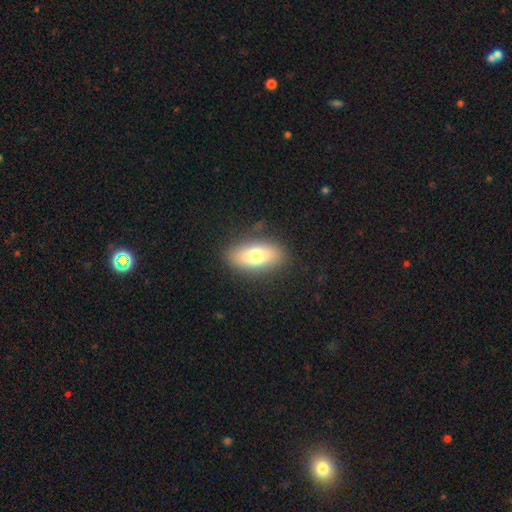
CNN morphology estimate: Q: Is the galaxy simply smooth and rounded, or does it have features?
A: smooth — 75%.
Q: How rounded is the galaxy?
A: in between — 85%.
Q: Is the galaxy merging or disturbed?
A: none — 85%.